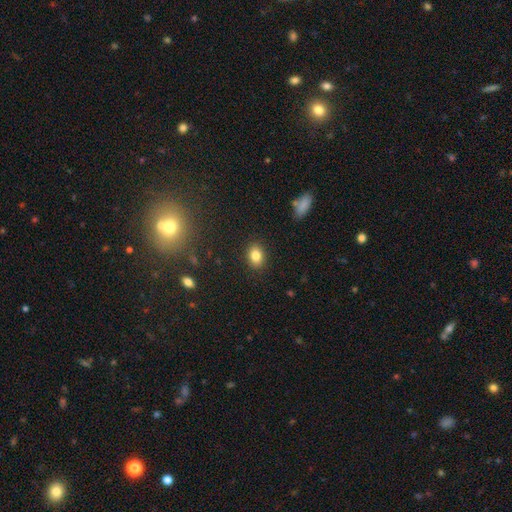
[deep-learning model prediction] smooth 82%, star or artifact 10%, featured or disk 8%. Down the decision tree: how rounded — in between (70%); merging — none (88%).